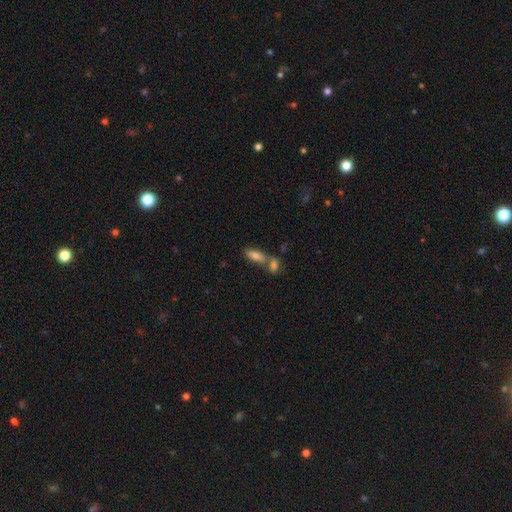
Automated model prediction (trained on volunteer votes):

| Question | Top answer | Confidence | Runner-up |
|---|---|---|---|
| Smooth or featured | smooth | 79% | featured or disk (12%) |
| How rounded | in between | 78% | cigar-shaped (19%) |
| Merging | merger | 45% | none (43%) |